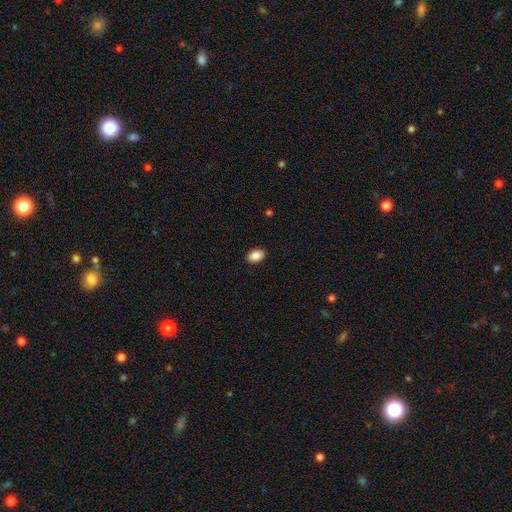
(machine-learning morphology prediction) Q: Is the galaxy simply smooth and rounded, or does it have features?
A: smooth — 89%.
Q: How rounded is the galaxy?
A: in between — 84%.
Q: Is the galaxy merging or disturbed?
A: none — 90%.